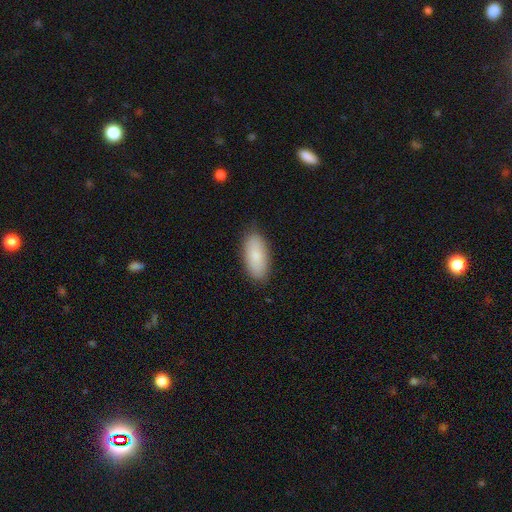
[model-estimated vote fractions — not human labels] smooth-or-featured: smooth: 84% | featured or disk: 10% | star or artifact: 6%
  how-rounded: in between: 90% | cigar-shaped: 8% | round: 2%
  merging: none: 86% | minor disturbance: 11% | major disturbance: 2% | merger: 1%